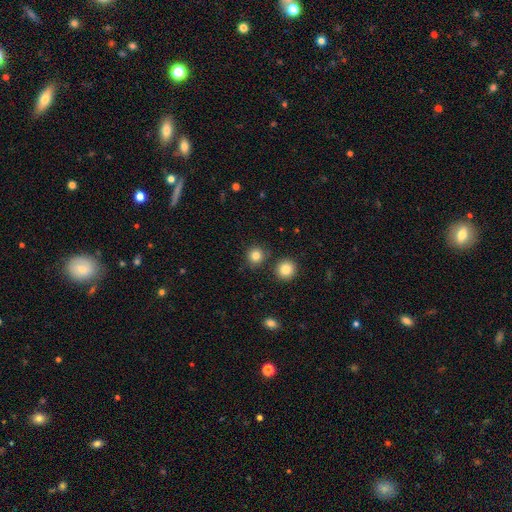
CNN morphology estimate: A smooth galaxy with no disk features (82%) that is round (92%).

Vote fractions:
- Smooth or featured? smooth: 82% / star or artifact: 12% / featured or disk: 6%
- How rounded? round: 92% / in between: 7% / cigar-shaped: 1%
- Merging? none: 84% / minor disturbance: 7% / merger: 6% / major disturbance: 3%